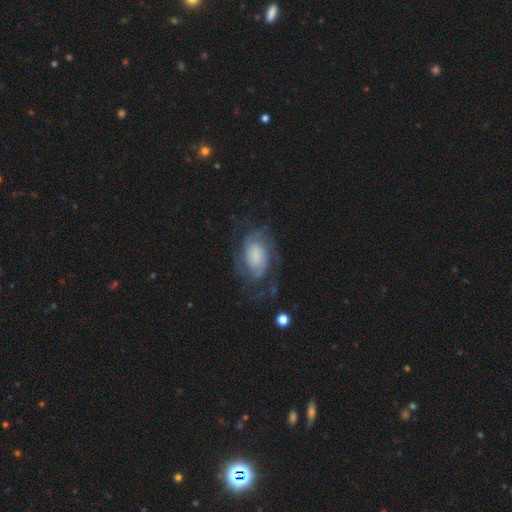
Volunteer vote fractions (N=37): featured or disk 70%, smooth 27%, star or artifact 3%. Down the decision tree: edge-on disk — no (100%); bar — no (50%); spiral arms — yes (92%); spiral arm count — 2 (42%); spiral winding — tight (38%, tied with medium); bulge size — none (35%); merging — none (72%).